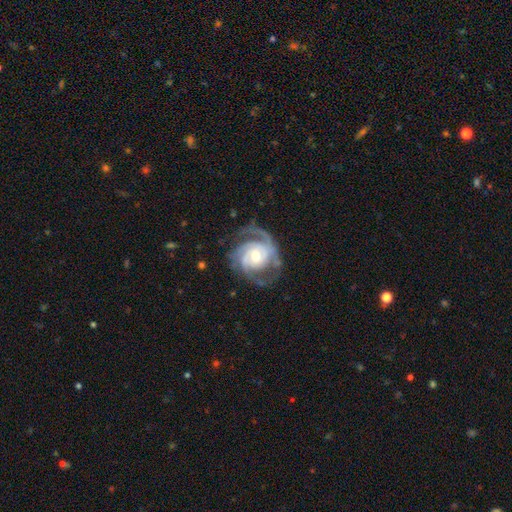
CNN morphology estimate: This is clearly a featured or disk galaxy (90%). It is clearly not viewed edge-on (98%). Bar: possibly no (58%). Spiral arm pattern: clearly yes (98%). Spiral arm count: marginally 2 (34%, tied with 3). Spiral winding: possibly tight (55%). Central bulge: possibly moderate (59%). Merging: likely none (69%).